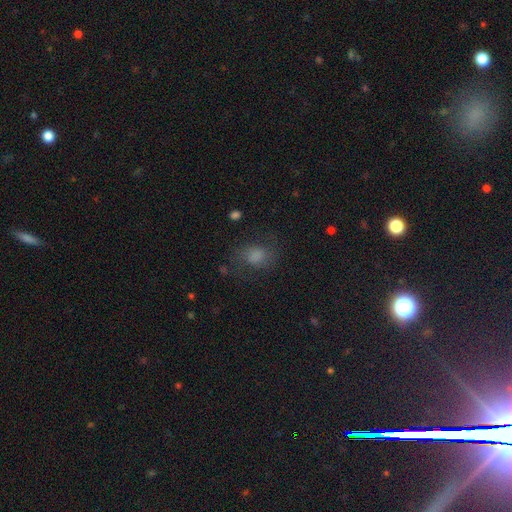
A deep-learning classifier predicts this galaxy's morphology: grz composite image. It shows a smooth galaxy with no disk features (53%) that is in between round and cigar-shaped (56%). Merging: none (66%).